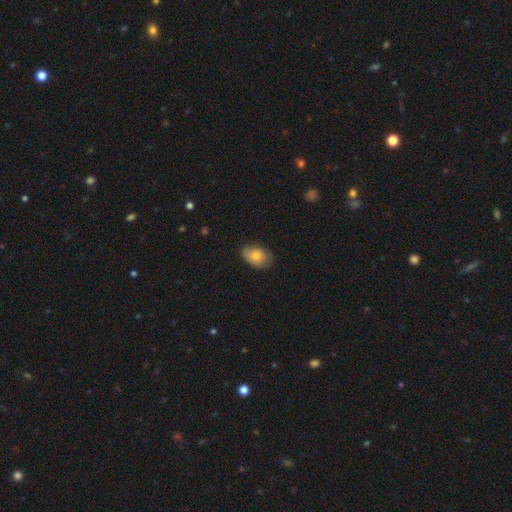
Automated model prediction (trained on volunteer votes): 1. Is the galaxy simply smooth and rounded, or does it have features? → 73% smooth, 19% featured or disk, 7% star or artifact.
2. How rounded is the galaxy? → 86% in between, 12% round, 1% cigar-shaped.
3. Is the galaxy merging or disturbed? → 72% none, 23% minor disturbance, 4% major disturbance, 1% merger.